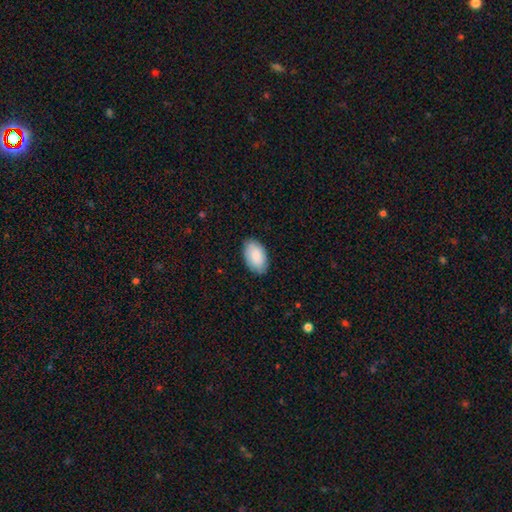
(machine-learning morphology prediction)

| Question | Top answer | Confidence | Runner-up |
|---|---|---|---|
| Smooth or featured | smooth | 89% | featured or disk (6%) |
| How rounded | in between | 95% | round (4%) |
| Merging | none | 85% | minor disturbance (12%) |